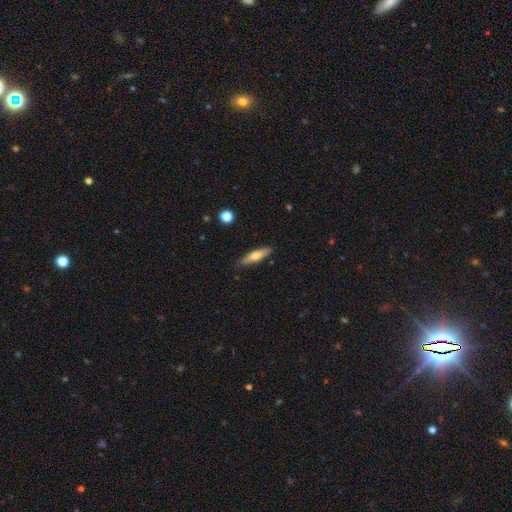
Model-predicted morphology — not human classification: A smooth galaxy with no disk features (62%) that is cigar-shaped (65%).

Vote fractions:
- Smooth or featured? smooth: 62% / featured or disk: 31% / star or artifact: 6%
- How rounded? cigar-shaped: 65% / in between: 33% / round: 2%
- Merging? none: 85% / minor disturbance: 11% / major disturbance: 2% / merger: 1%